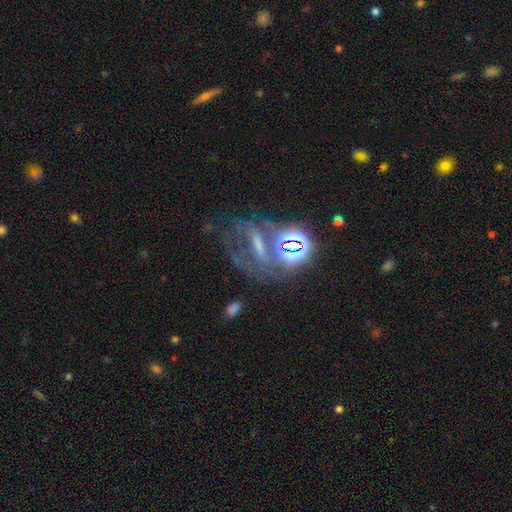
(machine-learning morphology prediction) Smooth or featured?
  - star or artifact: 50% *
  - featured or disk: 35%
  - smooth: 15%